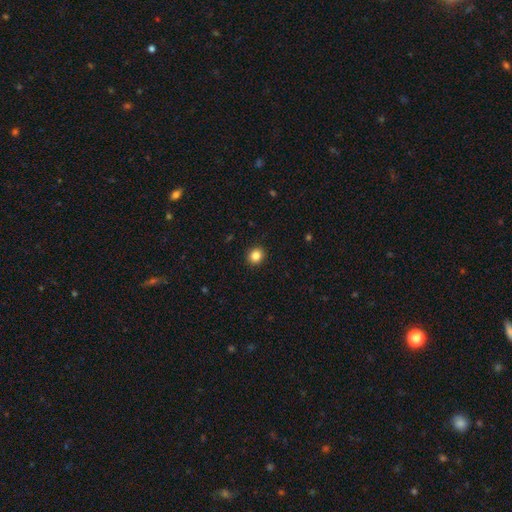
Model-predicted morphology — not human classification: This appears to be a smooth galaxy with no disk features (85%) that is round (81%). Merging: none (92%).